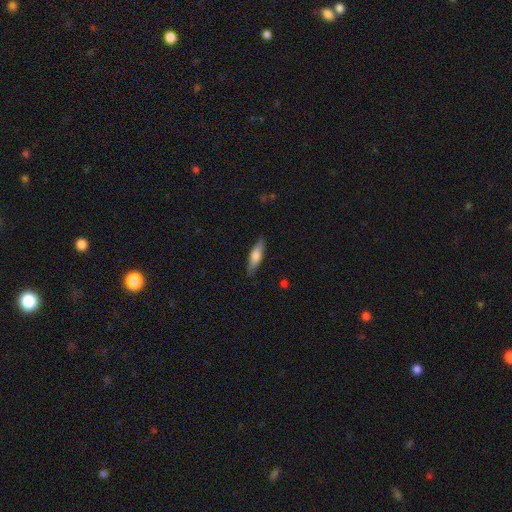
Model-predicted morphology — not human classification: A smooth galaxy with no disk features (69%) that is cigar-shaped (58%). Merging: none (86%).